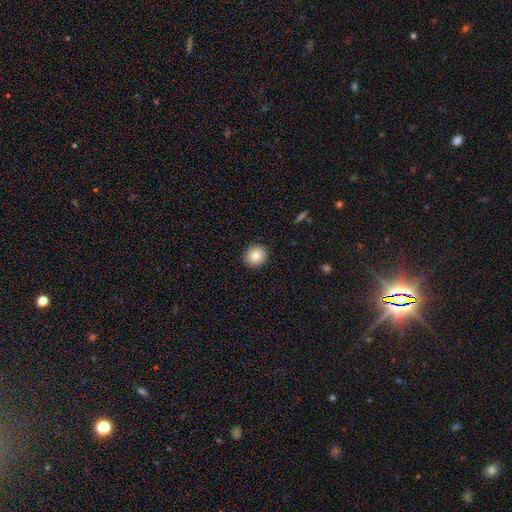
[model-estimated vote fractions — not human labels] A smooth galaxy with no disk features (83%) that is round (89%). Merging: none (91%).